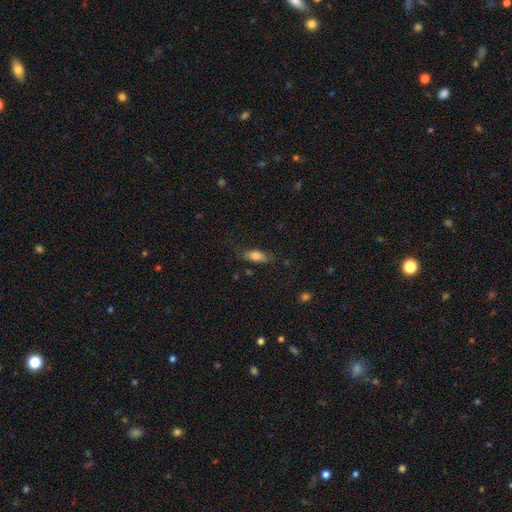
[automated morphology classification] Smooth or featured? smooth (77%)
How rounded? in between (73%)
Merging? none (72%)